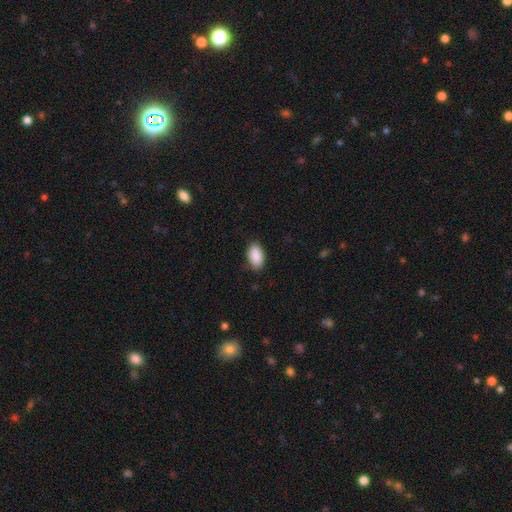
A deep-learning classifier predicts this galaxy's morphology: This is clearly a smooth galaxy (90%). How rounded: clearly in between (93%). Merging: clearly none (83%).